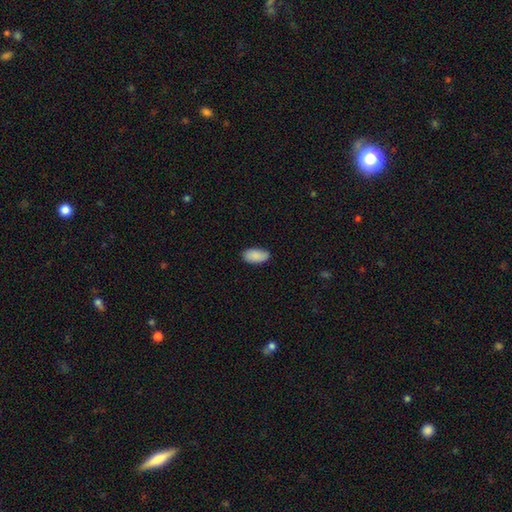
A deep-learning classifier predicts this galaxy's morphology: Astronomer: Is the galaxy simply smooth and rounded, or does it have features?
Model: smooth — 88%.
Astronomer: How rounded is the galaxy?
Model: in between — 94%.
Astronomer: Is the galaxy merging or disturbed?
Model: none — 81%.